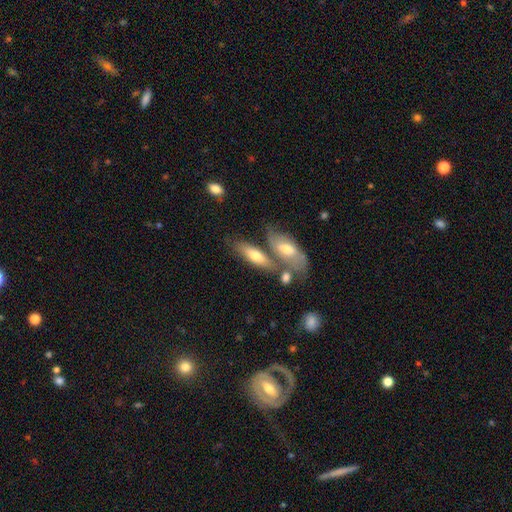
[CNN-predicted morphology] type=smooth (61%); roundness=in between (59%); merging=none (44%).